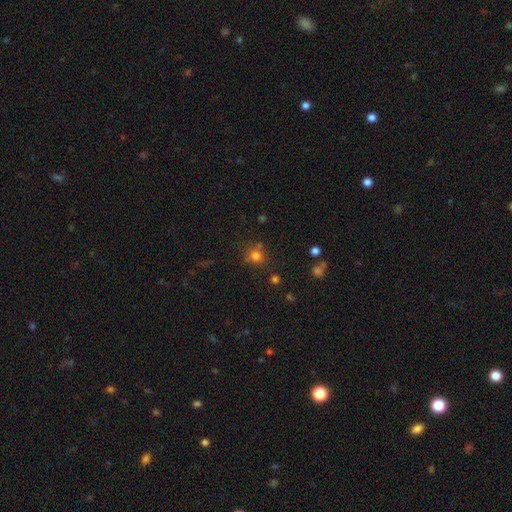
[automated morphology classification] Smooth or featured? smooth (76%)
How rounded? round (86%)
Merging? none (73%)